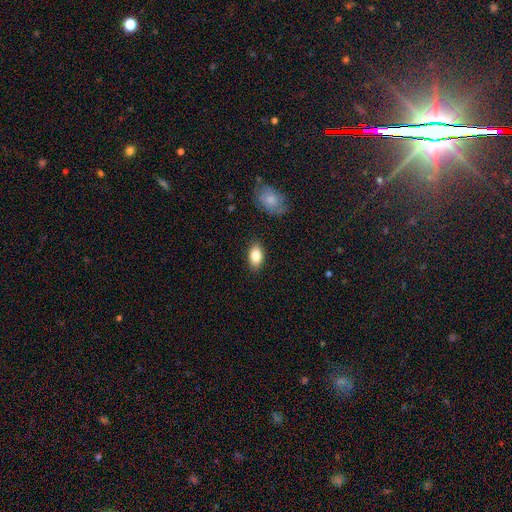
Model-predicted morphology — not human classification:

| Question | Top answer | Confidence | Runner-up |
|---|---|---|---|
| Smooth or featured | smooth | 84% | featured or disk (9%) |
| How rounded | in between | 90% | round (8%) |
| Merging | none | 87% | minor disturbance (10%) |